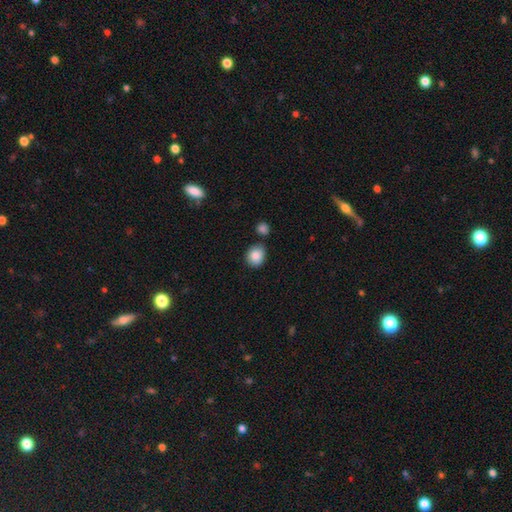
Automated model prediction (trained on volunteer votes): smooth-or-featured: smooth: 87% | star or artifact: 8% | featured or disk: 5%
  how-rounded: round: 68% | in between: 31% | cigar-shaped: 1%
  merging: none: 74% | minor disturbance: 13% | merger: 9% | major disturbance: 3%